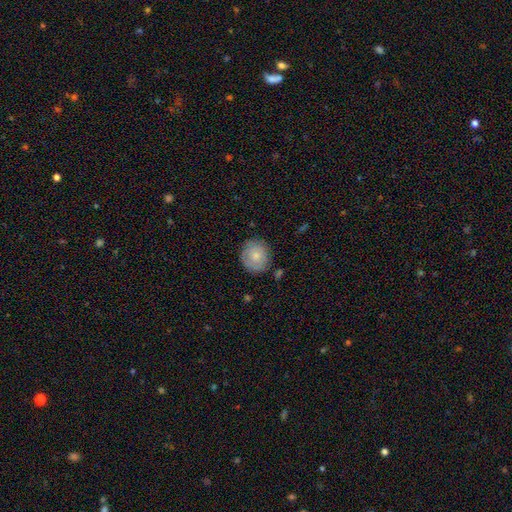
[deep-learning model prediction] Smooth or featured?
  - smooth: 71% *
  - featured or disk: 21%
  - star or artifact: 7%
How rounded?
  - round: 85% *
  - in between: 14%
  - cigar-shaped: 1%
Merging?
  - none: 79% *
  - minor disturbance: 15%
  - major disturbance: 4%
  - merger: 3%